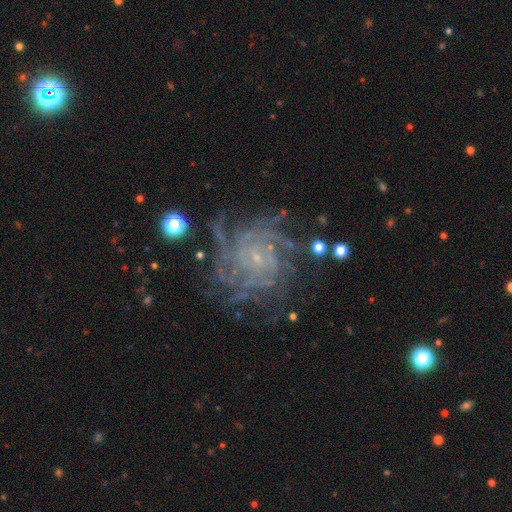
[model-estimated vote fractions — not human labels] Smooth or featured?
  - featured or disk: 84% *
  - star or artifact: 10%
  - smooth: 6%
Edge-on disk?
  - no: 97% *
  - yes: 3%
Bar?
  - no: 71% *
  - weak: 22%
  - strong: 7%
Spiral arms?
  - yes: 97% *
  - no: 3%
Spiral winding?
  - tight: 73% *
  - medium: 22%
  - loose: 5%
Spiral arm count?
  - more than 4: 31% *
  - can't tell: 23%
  - 4: 21%
  - 3: 10%
  - 2: 8%
  - 1: 7%
Bulge size?
  - small: 84% *
  - moderate: 8%
  - none: 6%
  - large: 1%
  - dominant: 1%
Merging?
  - none: 72% *
  - minor disturbance: 16%
  - major disturbance: 10%
  - merger: 2%